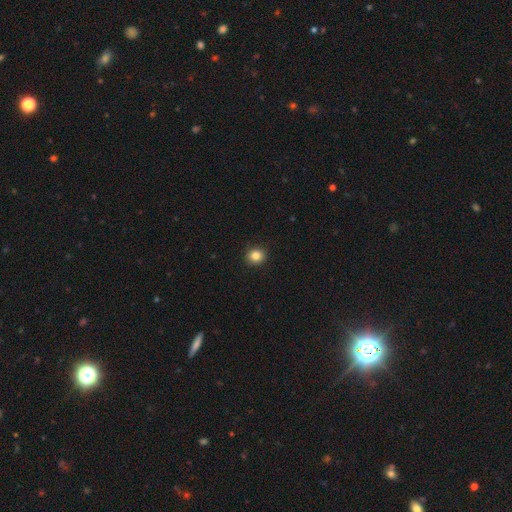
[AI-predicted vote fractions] A smooth galaxy with no disk features (84%) that is round (85%). Merging: none (92%).